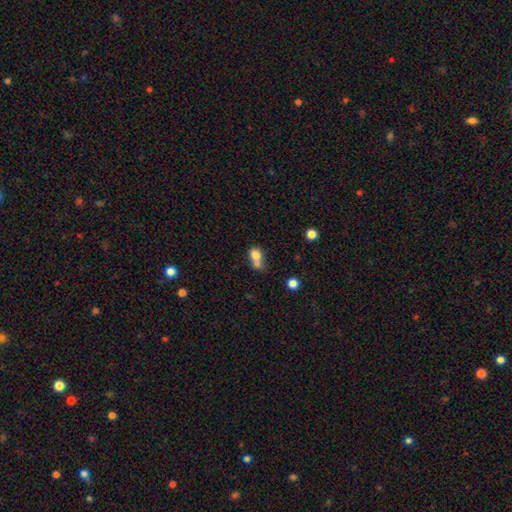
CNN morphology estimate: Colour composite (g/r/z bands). It shows a smooth galaxy with no disk features (76%) that is round (51%). Merging: merger (56%).